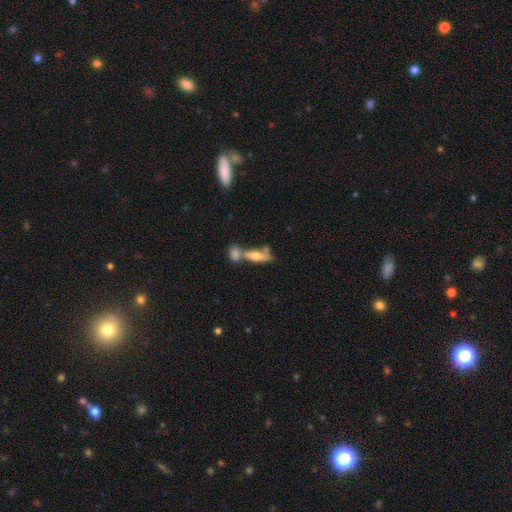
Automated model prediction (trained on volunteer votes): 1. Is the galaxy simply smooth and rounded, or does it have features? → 55% smooth, 36% featured or disk, 9% star or artifact.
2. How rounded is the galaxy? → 53% cigar-shaped, 43% in between, 4% round.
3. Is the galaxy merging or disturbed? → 44% merger, 39% none, 12% minor disturbance, 6% major disturbance.